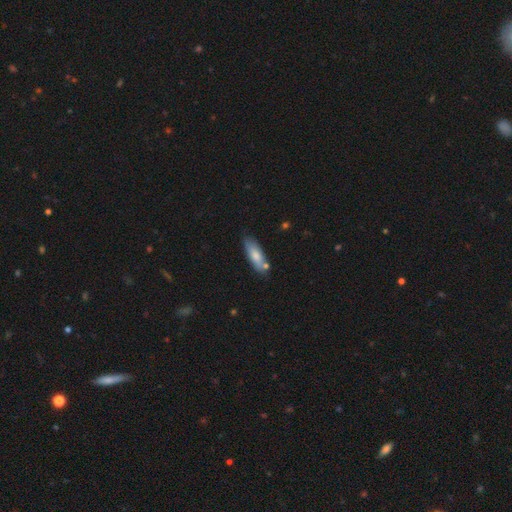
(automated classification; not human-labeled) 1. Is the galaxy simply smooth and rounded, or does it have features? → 74% smooth, 20% featured or disk, 6% star or artifact.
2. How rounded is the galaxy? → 56% in between, 42% cigar-shaped, 2% round.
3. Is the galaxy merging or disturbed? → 72% none, 17% minor disturbance, 8% merger, 3% major disturbance.